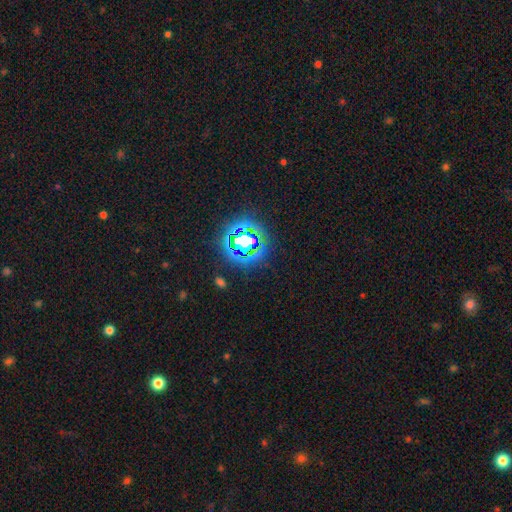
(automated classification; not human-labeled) Smooth or featured?
  - star or artifact: 84% *
  - smooth: 11%
  - featured or disk: 6%